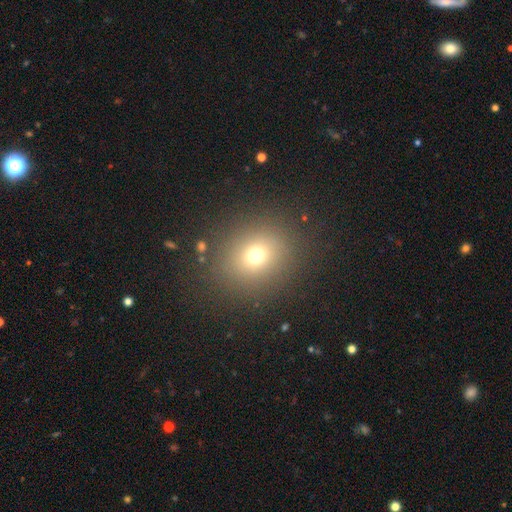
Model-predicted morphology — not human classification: Q: Smooth or featured?
A: smooth (70%); runner-up: star or artifact (19%)
Q: How rounded?
A: round (76%); runner-up: in between (23%)
Q: Merging?
A: none (86%); runner-up: minor disturbance (8%)